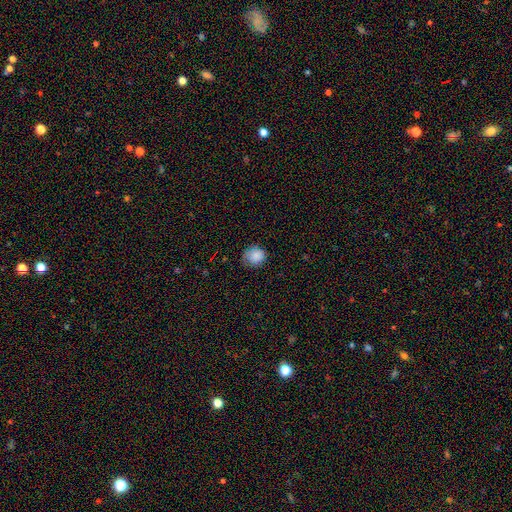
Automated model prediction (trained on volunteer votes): smooth_or_featured: smooth (p=0.84) [alt: star or artifact p=0.09]
how_rounded: round (p=0.75) [alt: in between p=0.25]
merging: none (p=0.69) [alt: minor disturbance p=0.24]